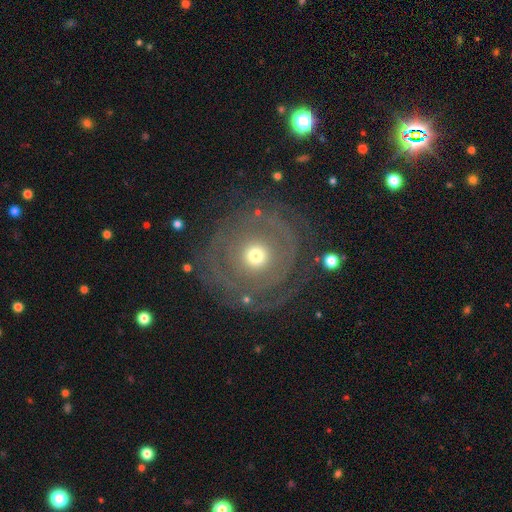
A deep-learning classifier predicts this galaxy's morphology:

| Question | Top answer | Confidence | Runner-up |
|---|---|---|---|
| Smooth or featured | featured or disk | 71% | smooth (20%) |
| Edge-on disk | no | 97% | yes (3%) |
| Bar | no | 87% | weak (10%) |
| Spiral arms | yes | 71% | no (29%) |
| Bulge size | moderate | 46% | small (43%) |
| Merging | none | 72% | major disturbance (13%) |